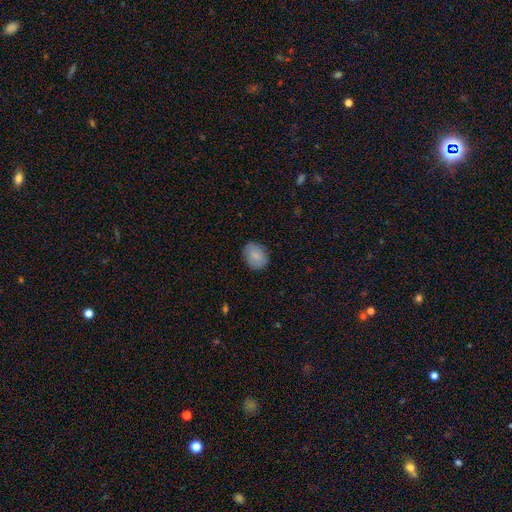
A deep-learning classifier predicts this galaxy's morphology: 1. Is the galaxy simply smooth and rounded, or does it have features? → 85% smooth, 8% featured or disk, 7% star or artifact.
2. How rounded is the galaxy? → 51% in between, 48% round, 1% cigar-shaped.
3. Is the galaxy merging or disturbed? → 83% none, 14% minor disturbance, 3% major disturbance, 1% merger.